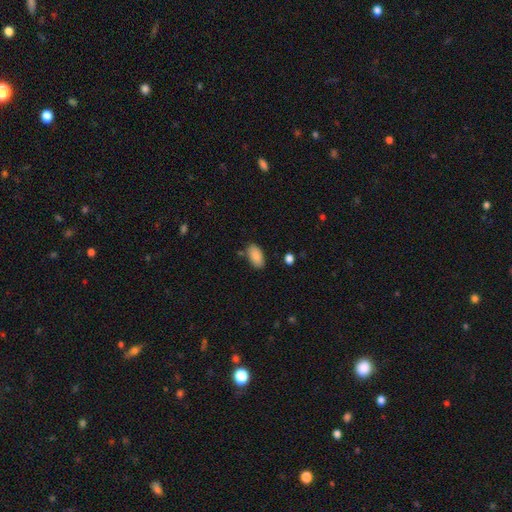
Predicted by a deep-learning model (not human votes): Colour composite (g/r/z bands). It shows a smooth galaxy with no disk features (88%) that is in between round and cigar-shaped (94%). Merging: none (80%).